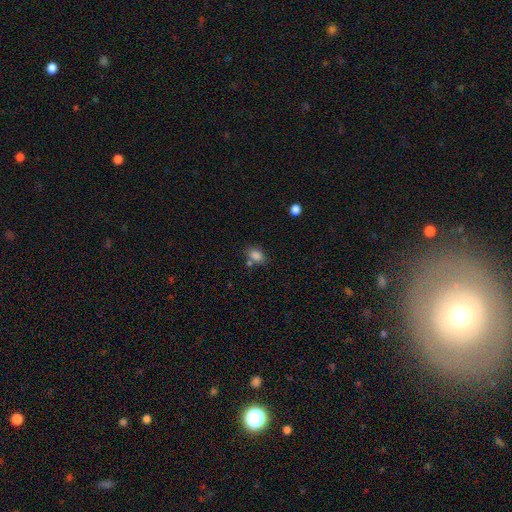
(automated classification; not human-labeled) This appears to be a smooth galaxy with no disk features (83%) that is in between round and cigar-shaped (79%). Merging: none (62%).